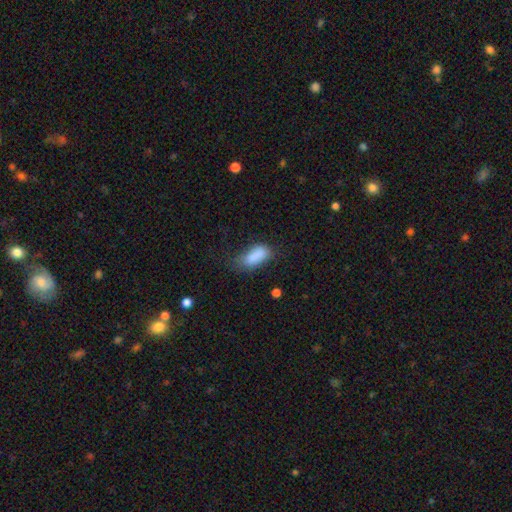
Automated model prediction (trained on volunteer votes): Smooth or featured? smooth (84%)
How rounded? in between (88%)
Merging? none (47%)